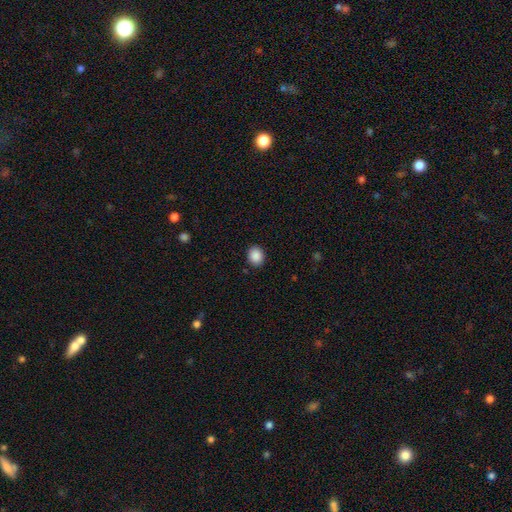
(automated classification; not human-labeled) This appears to be a smooth galaxy with no disk features (89%) that is round (62%). Merging: none (90%).